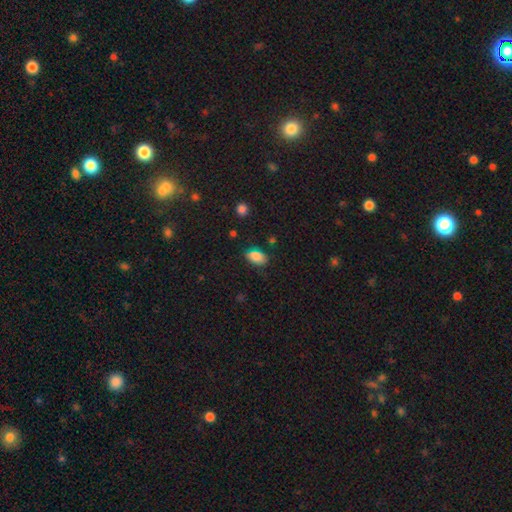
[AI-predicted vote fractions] Q: Smooth or featured?
A: smooth (84%); runner-up: star or artifact (10%)
Q: How rounded?
A: in between (89%); runner-up: round (8%)
Q: Merging?
A: none (75%); runner-up: minor disturbance (18%)